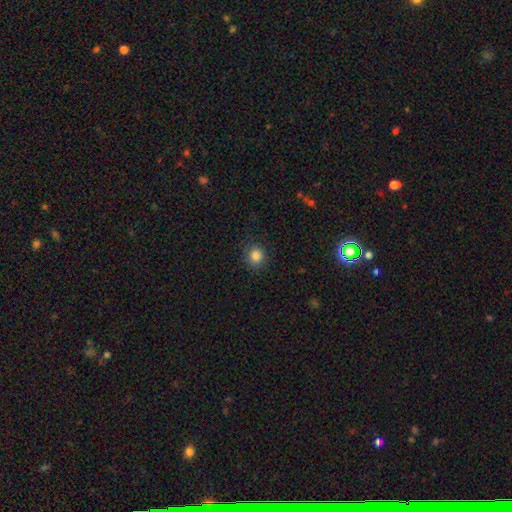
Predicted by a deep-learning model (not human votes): This appears to be a smooth galaxy with no disk features (85%) that is round (87%). Merging: none (88%).